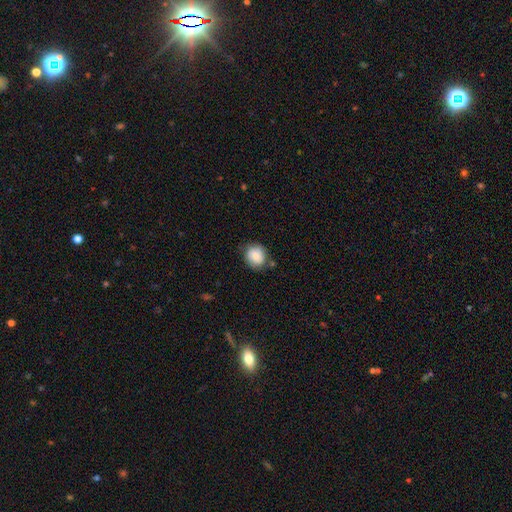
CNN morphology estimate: The model was most divided on "how rounded": round: 77%, in between: 22%, cigar-shaped: 1%. More confident: smooth or featured — smooth (80%); merging — none (75%).